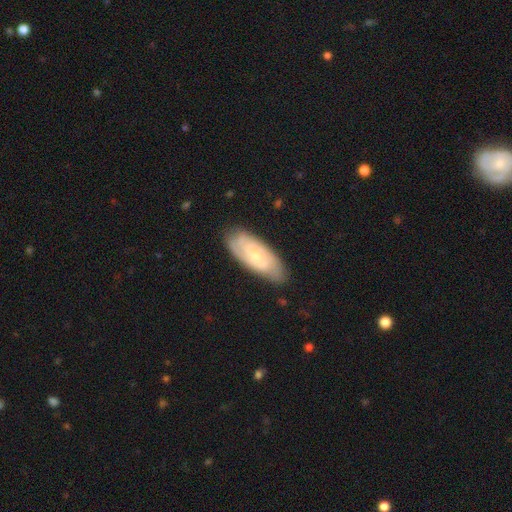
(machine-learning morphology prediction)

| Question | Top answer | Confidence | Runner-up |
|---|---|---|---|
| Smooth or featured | featured or disk | 67% | smooth (27%) |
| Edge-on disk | no | 90% | yes (10%) |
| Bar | no | 69% | weak (26%) |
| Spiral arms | yes | 85% | no (15%) |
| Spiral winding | tight | 63% | medium (29%) |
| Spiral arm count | can't tell | 44% | 2 (34%) |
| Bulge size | small | 65% | moderate (31%) |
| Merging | none | 80% | minor disturbance (16%) |